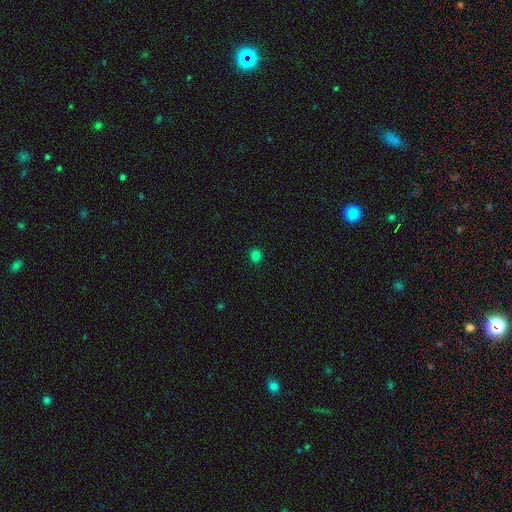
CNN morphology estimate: This is clearly a smooth galaxy (81%). How rounded: clearly round (88%). Merging: clearly none (92%).